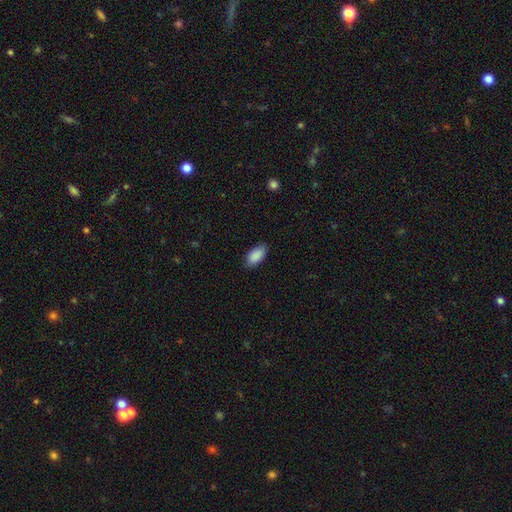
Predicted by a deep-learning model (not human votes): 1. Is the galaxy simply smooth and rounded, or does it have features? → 89% smooth, 6% star or artifact, 4% featured or disk.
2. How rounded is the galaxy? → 93% in between, 5% cigar-shaped, 2% round.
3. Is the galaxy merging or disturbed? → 84% none, 12% minor disturbance, 2% major disturbance, 1% merger.